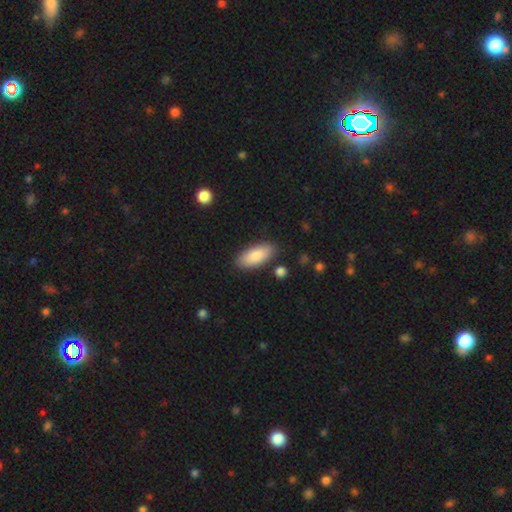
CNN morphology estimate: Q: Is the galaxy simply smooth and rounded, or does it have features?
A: smooth — 86%.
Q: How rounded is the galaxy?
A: in between — 86%.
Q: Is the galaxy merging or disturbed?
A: none — 84%.